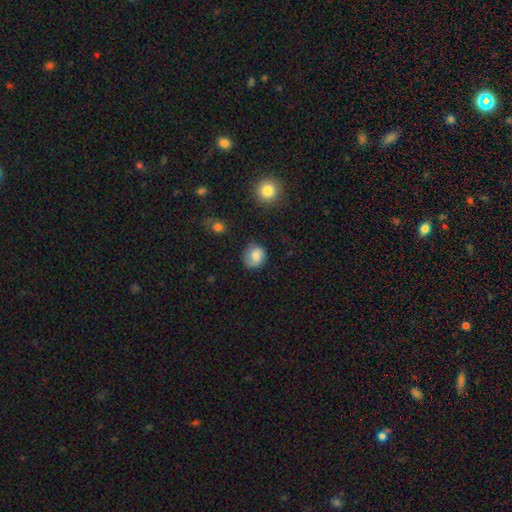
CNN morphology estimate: Smooth or featured? smooth (75%)
How rounded? round (76%)
Merging? none (73%)